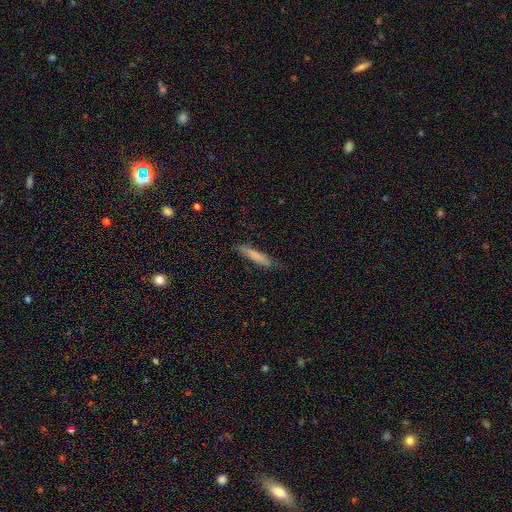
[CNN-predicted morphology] smooth_or_featured: smooth (p=0.77) [alt: featured or disk p=0.16]
how_rounded: cigar-shaped (p=0.88) [alt: in between p=0.10]
merging: none (p=0.78) [alt: minor disturbance p=0.17]